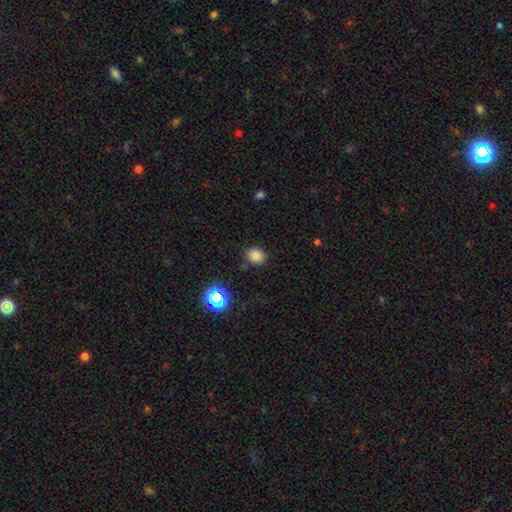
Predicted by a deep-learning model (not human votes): smooth 79%, star or artifact 16%, featured or disk 5%. Down the decision tree: how rounded — round (53%); merging — none (83%).